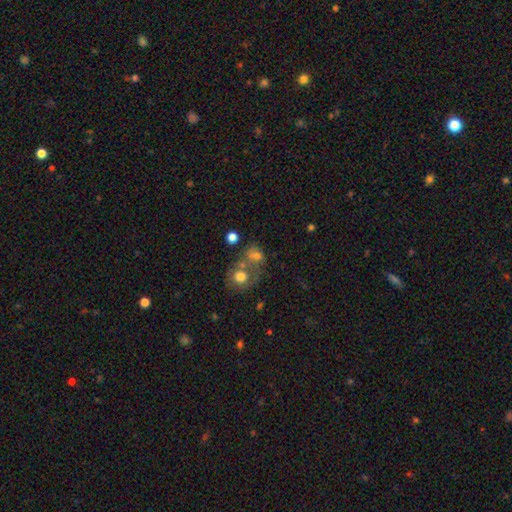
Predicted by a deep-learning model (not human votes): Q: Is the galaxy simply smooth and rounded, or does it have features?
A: smooth — 64%.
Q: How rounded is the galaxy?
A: round — 63%.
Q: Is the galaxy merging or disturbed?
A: merger — 51%.